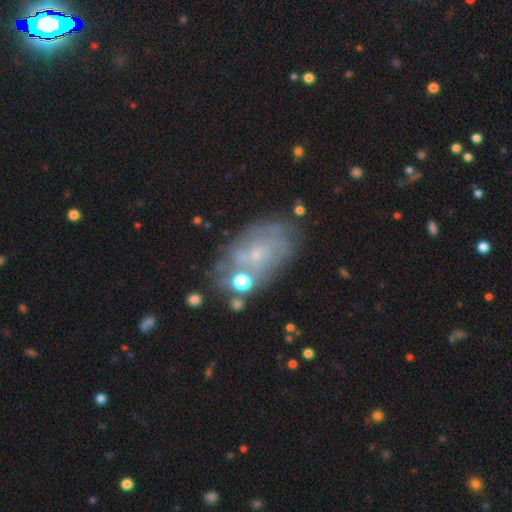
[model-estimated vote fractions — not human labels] Smooth or featured? Predicted: featured or disk (p=0.59). Edge-on disk? Predicted: no (p=0.94). Bar? Predicted: no (p=0.76). Spiral arms? Predicted: yes (p=0.61). Bulge size? Predicted: small (p=0.76). Merging? Predicted: none (p=0.64).